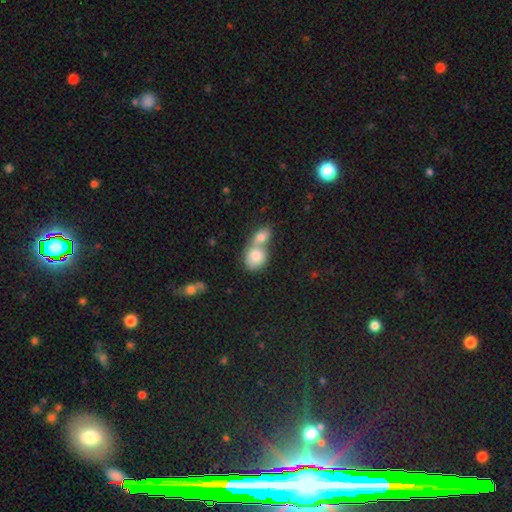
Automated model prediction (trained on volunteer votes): Overall: smooth (81%). How rounded: round (52%; in between 46%). Merging: merger (69%).